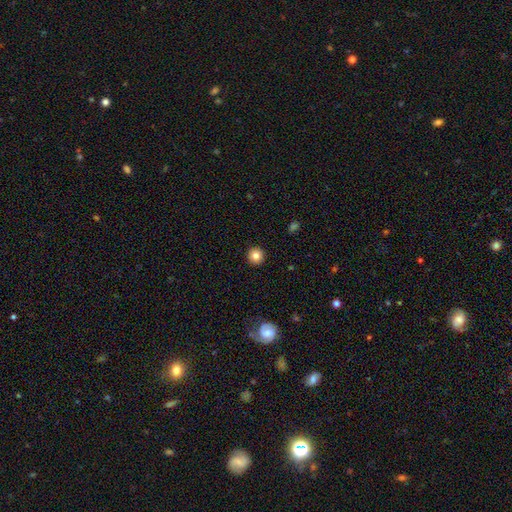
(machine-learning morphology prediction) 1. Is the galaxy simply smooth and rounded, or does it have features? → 83% smooth, 10% star or artifact, 6% featured or disk.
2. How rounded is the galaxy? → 95% round, 4% in between, 1% cigar-shaped.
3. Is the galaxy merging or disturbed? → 93% none, 4% minor disturbance, 2% major disturbance, 1% merger.